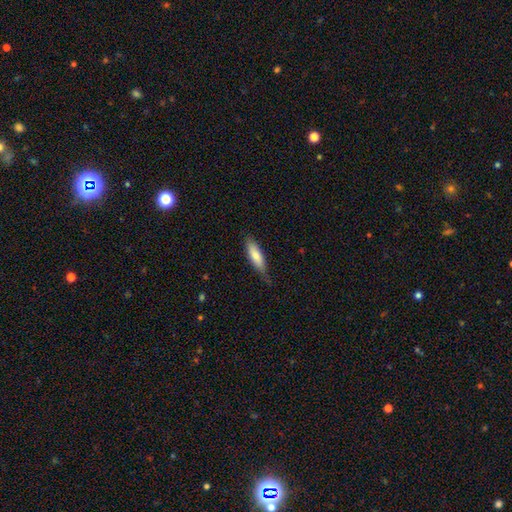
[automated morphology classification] Q: Smooth or featured?
A: smooth (77%); runner-up: featured or disk (17%)
Q: How rounded?
A: cigar-shaped (51%); runner-up: in between (47%)
Q: Merging?
A: none (69%); runner-up: minor disturbance (25%)